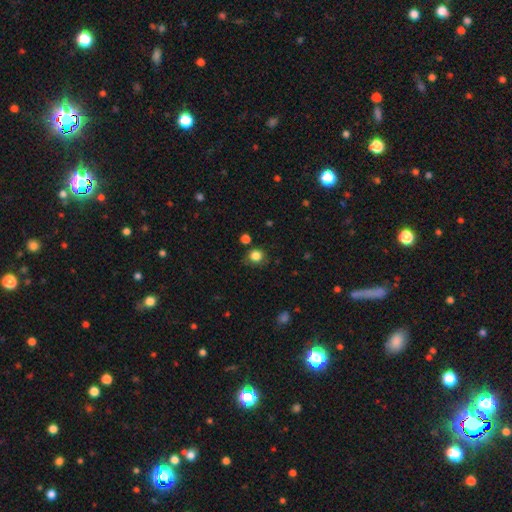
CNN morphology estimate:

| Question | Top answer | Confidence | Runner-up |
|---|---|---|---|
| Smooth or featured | smooth | 84% | star or artifact (12%) |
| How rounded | round | 84% | in between (15%) |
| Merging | none | 77% | minor disturbance (15%) |